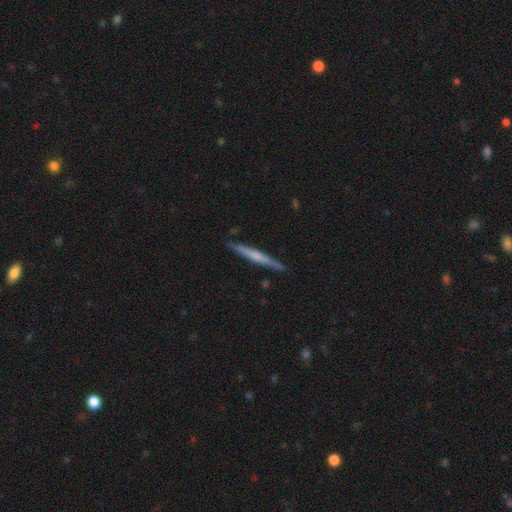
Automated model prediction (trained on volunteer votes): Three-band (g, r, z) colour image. It shows a featured or disk galaxy (50%). Merging: none (90%).